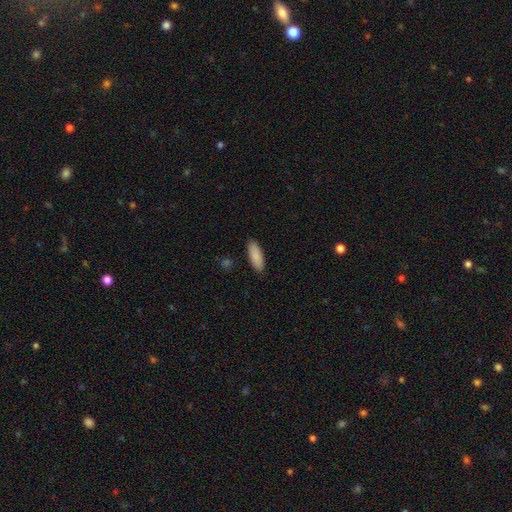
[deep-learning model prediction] smooth 89%, star or artifact 6%, featured or disk 5%. Down the decision tree: how rounded — in between (65%); merging — none (88%).